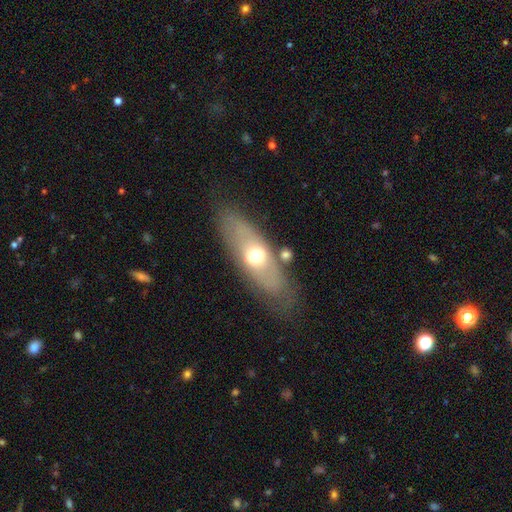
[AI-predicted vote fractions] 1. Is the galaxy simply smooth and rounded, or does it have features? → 52% featured or disk, 41% smooth, 7% star or artifact.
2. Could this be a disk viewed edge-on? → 64% no, 36% yes.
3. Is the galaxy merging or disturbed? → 80% none, 13% minor disturbance, 4% major disturbance, 3% merger.